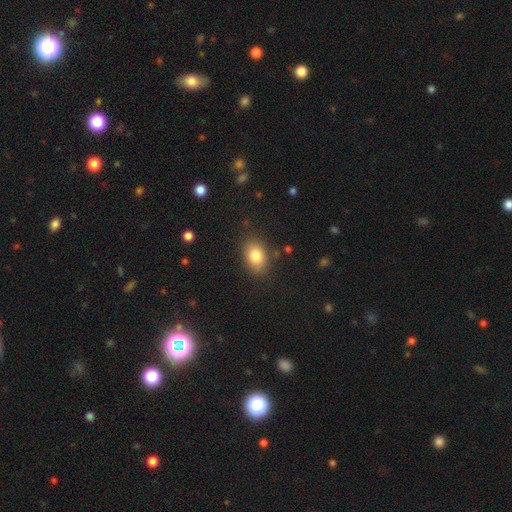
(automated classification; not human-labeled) Smooth or featured?
  - smooth: 82% *
  - star or artifact: 9%
  - featured or disk: 9%
How rounded?
  - in between: 79% *
  - round: 20%
  - cigar-shaped: 1%
Merging?
  - none: 83% *
  - minor disturbance: 12%
  - major disturbance: 3%
  - merger: 2%